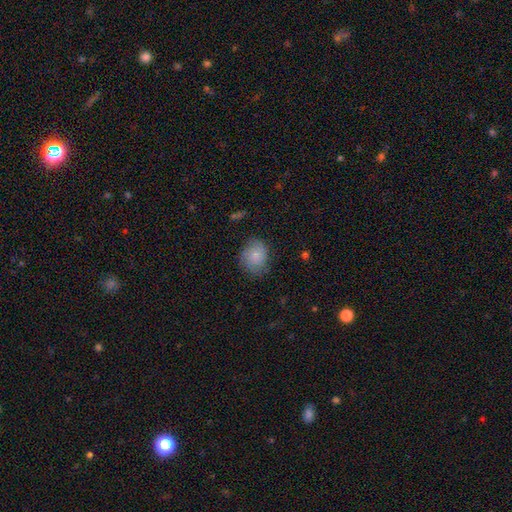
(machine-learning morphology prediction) The model was most divided on "how rounded": round: 61%, in between: 38%, cigar-shaped: 1%. More confident: smooth or featured — smooth (74%); merging — none (70%).